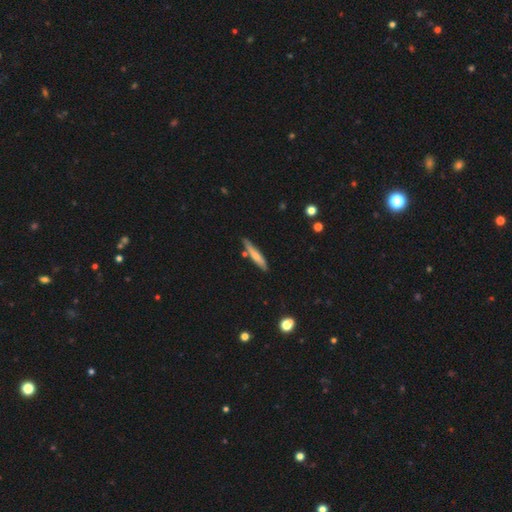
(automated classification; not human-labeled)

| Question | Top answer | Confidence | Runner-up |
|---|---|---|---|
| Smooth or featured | smooth | 59% | featured or disk (35%) |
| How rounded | cigar-shaped | 89% | in between (9%) |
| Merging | none | 77% | minor disturbance (15%) |